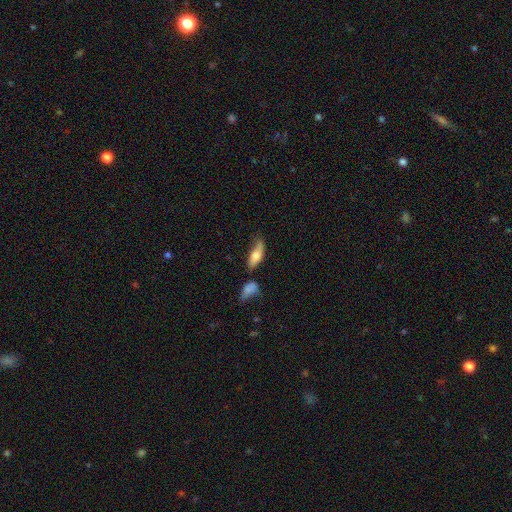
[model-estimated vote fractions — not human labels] A smooth galaxy with no disk features (67%) that is in between round and cigar-shaped (67%).

Vote fractions:
- Smooth or featured? smooth: 67% / featured or disk: 26% / star or artifact: 7%
- How rounded? in between: 67% / cigar-shaped: 29% / round: 3%
- Merging? none: 42% / minor disturbance: 30% / merger: 15% / major disturbance: 13%